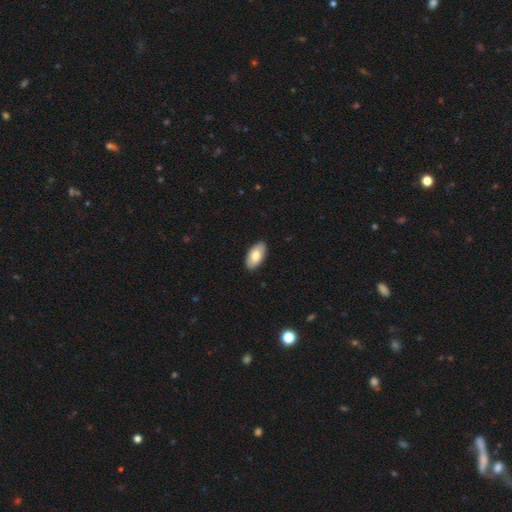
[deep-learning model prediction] The model was most divided on "smooth or featured": smooth: 75%, featured or disk: 19%, star or artifact: 6%. More confident: how rounded — in between (95%); merging — none (89%).